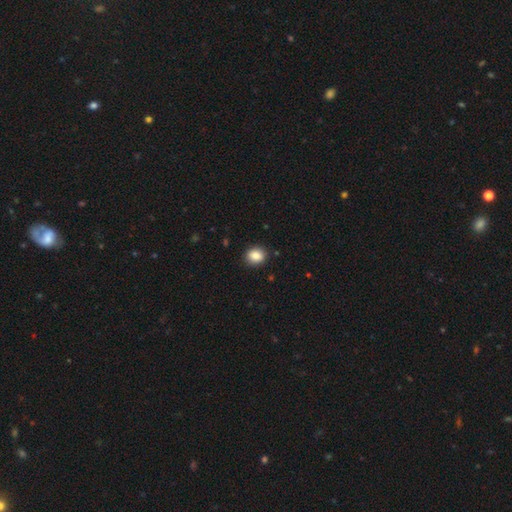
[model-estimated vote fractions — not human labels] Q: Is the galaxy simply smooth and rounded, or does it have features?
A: smooth — 87%.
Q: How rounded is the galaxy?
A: round — 65%.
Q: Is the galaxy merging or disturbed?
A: none — 90%.